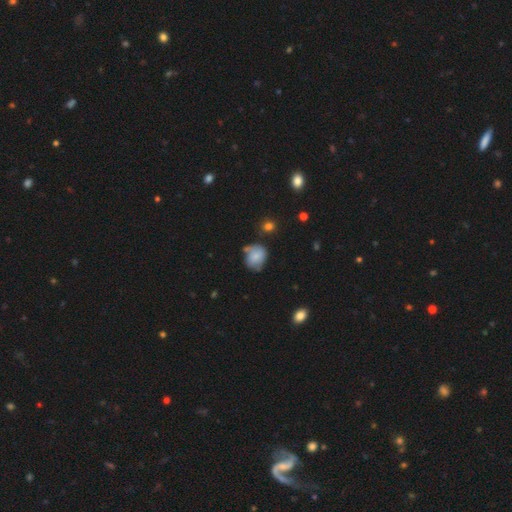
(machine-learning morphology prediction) A smooth galaxy with no disk features (69%) that is round (67%).

Vote fractions:
- Smooth or featured? smooth: 69% / featured or disk: 22% / star or artifact: 9%
- How rounded? round: 67% / in between: 32% / cigar-shaped: 1%
- Merging? none: 51% / minor disturbance: 30% / merger: 10% / major disturbance: 9%